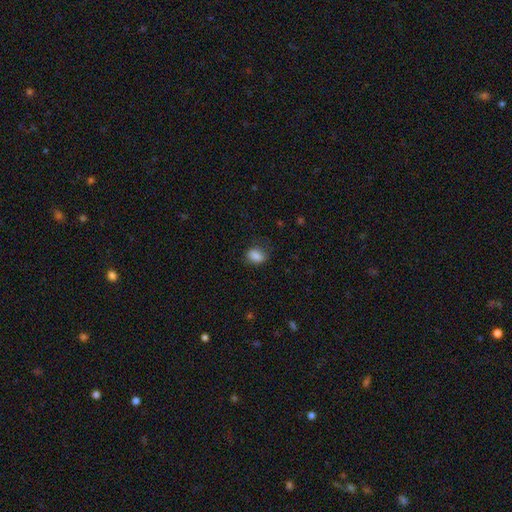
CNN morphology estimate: A smooth galaxy with no disk features (85%) that is in between round and cigar-shaped (73%).

Vote fractions:
- Smooth or featured? smooth: 85% / star or artifact: 9% / featured or disk: 6%
- How rounded? in between: 73% / round: 25% / cigar-shaped: 2%
- Merging? none: 73% / minor disturbance: 20% / major disturbance: 6% / merger: 1%